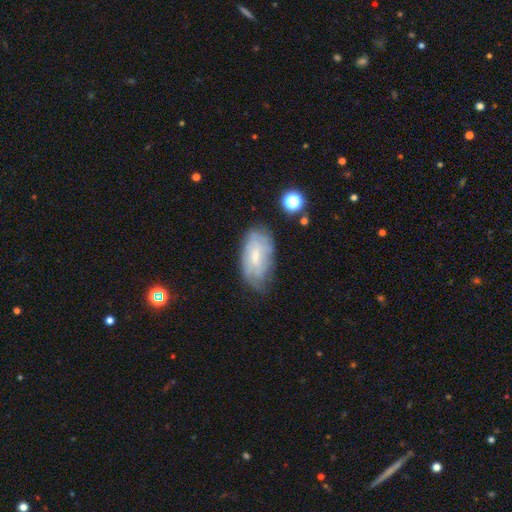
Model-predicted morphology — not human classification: Smooth or featured? Predicted: featured or disk (p=0.50). Edge-on disk? Predicted: no (p=0.91). Merging? Predicted: none (p=0.61).